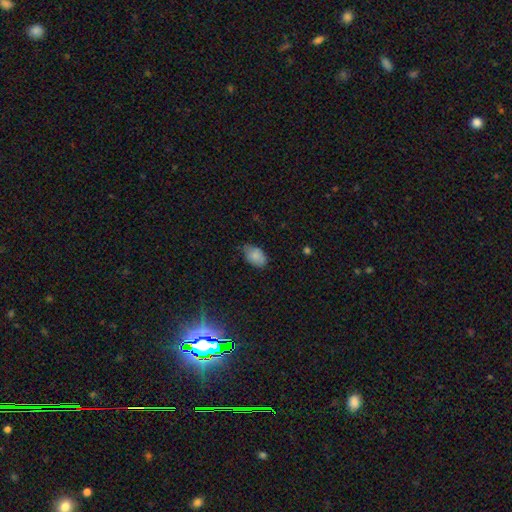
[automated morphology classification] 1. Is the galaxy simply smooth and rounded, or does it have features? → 83% smooth, 9% featured or disk, 8% star or artifact.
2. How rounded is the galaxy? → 87% in between, 12% round, 1% cigar-shaped.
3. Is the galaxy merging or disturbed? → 58% none, 34% minor disturbance, 7% major disturbance, 2% merger.